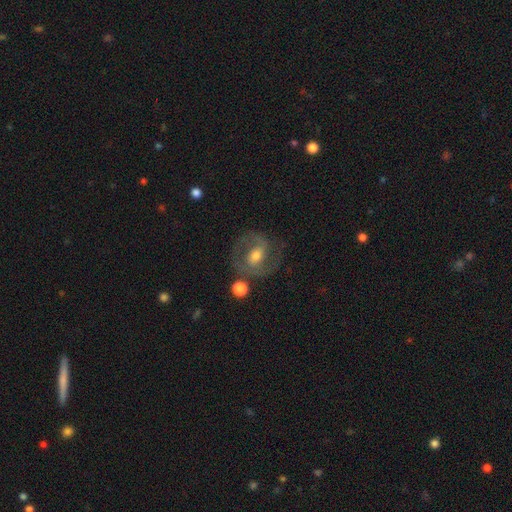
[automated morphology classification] Smooth or featured? Predicted: featured or disk (p=0.79). Edge-on disk? Predicted: no (p=0.97). Bar? Predicted: weak (p=0.44). Spiral arms? Predicted: yes (p=0.89). Spiral winding? Predicted: medium (p=0.51). Spiral arm count? Predicted: 2 (p=0.84). Bulge size? Predicted: moderate (p=0.62). Merging? Predicted: none (p=0.76).